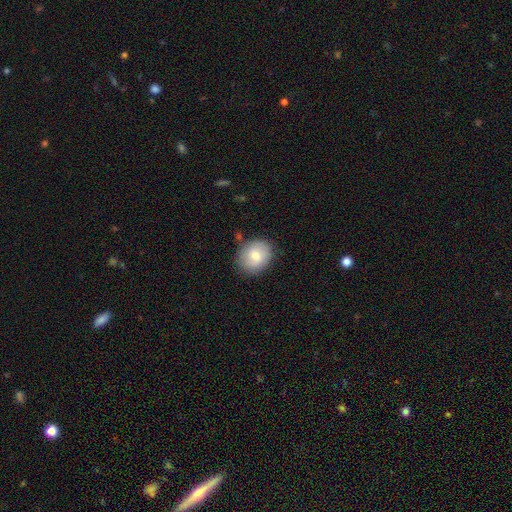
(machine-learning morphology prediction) Smooth or featured? smooth (75%)
How rounded? round (60%)
Merging? none (82%)